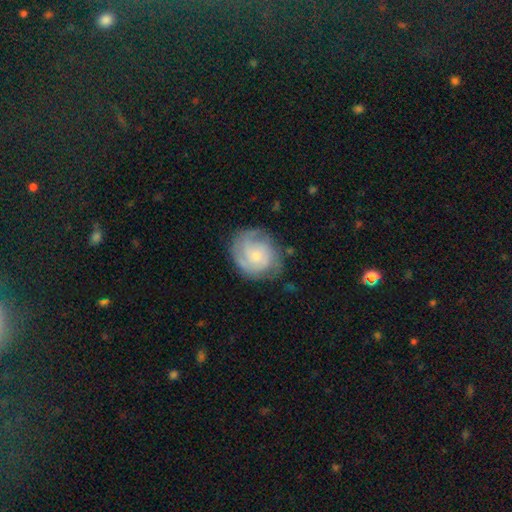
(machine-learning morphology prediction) type=featured or disk (71%); edge-on=no (98%); bar=no (75%); spiral arms=yes (91%); winding=tight (56%); arm count=can't tell (31%); bulge=small (58%); merging=none (70%).